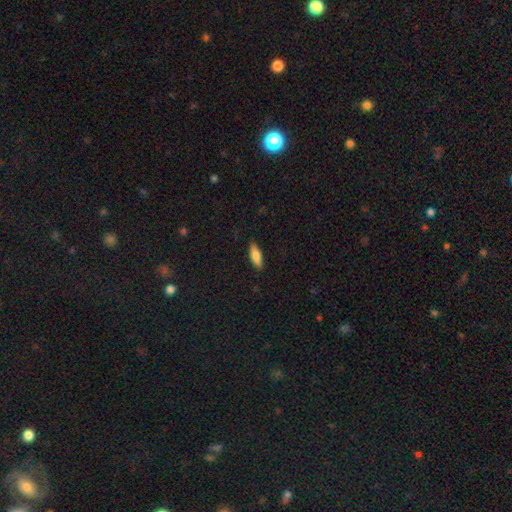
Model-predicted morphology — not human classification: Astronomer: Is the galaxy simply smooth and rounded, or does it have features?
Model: smooth — 81%.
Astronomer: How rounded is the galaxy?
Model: in between — 65%.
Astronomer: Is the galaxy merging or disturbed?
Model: none — 87%.